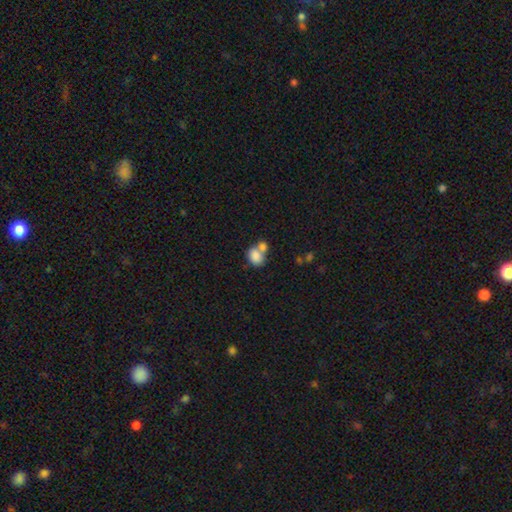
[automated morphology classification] smooth_or_featured: smooth (p=0.82) [alt: featured or disk p=0.09]
how_rounded: in between (p=0.60) [alt: round p=0.39]
merging: merger (p=0.56) [alt: none p=0.32]